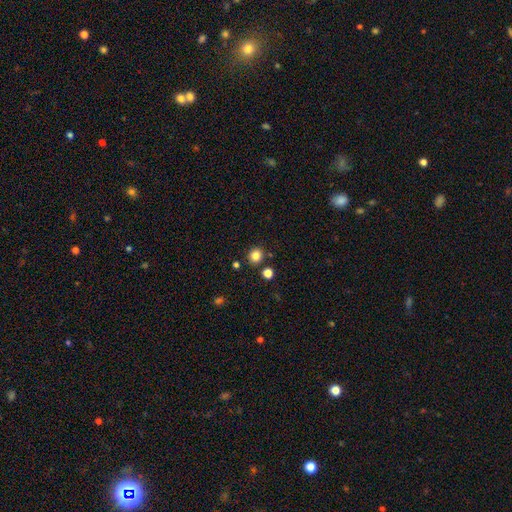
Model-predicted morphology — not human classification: A smooth galaxy with no disk features (82%) that is round (88%). Merging: none (85%).